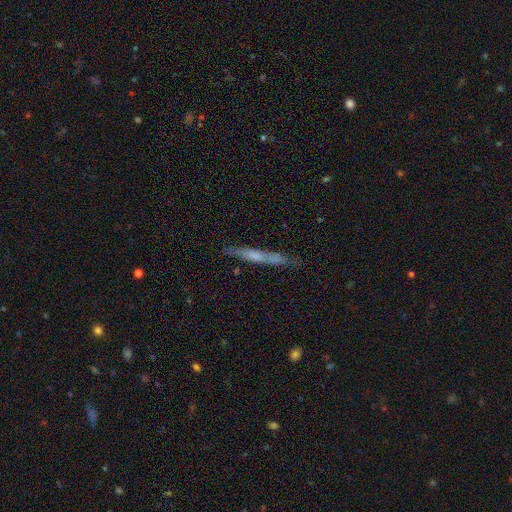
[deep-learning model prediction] Overall: smooth (47%; featured or disk 46%). Merging: none (78%).